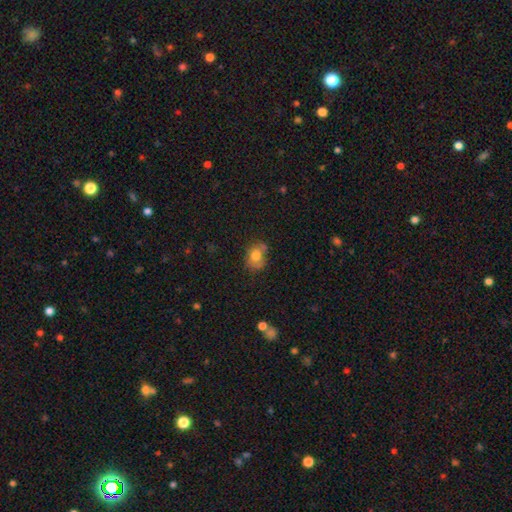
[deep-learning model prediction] Overall: smooth (73%). How rounded: in between (52%; round 47%). Merging: none (50%; minor disturbance 27%).